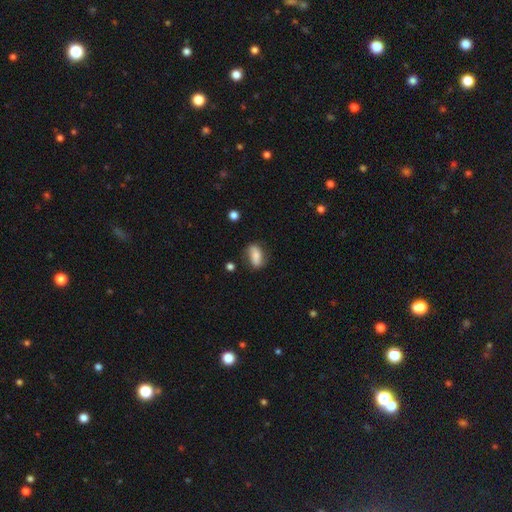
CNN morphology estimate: Smooth or featured? Predicted: smooth (p=0.72). How rounded? Predicted: in between (p=0.83). Merging? Predicted: none (p=0.68).